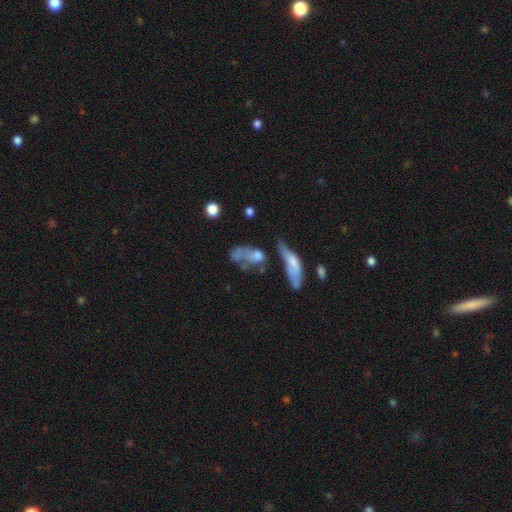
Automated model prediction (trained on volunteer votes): This appears to be a smooth galaxy with no disk features (51%) that is in between round and cigar-shaped (70%). Merging: merger (41%).